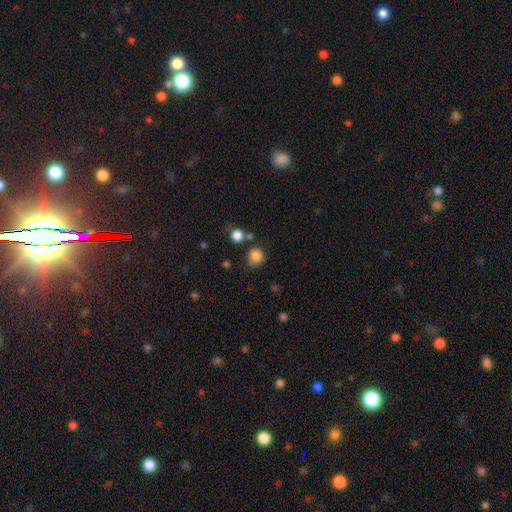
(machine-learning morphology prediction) smooth 83%, star or artifact 12%, featured or disk 5%. Down the decision tree: how rounded — round (82%); merging — none (65%).